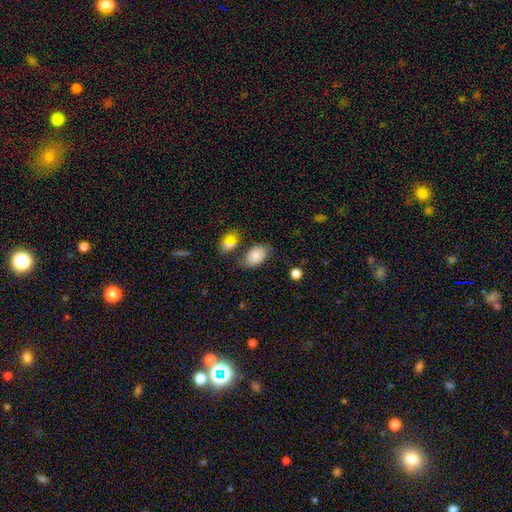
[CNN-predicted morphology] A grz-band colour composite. It shows a smooth galaxy with no disk features (79%) that is in between round and cigar-shaped (89%). Merging: none (62%).